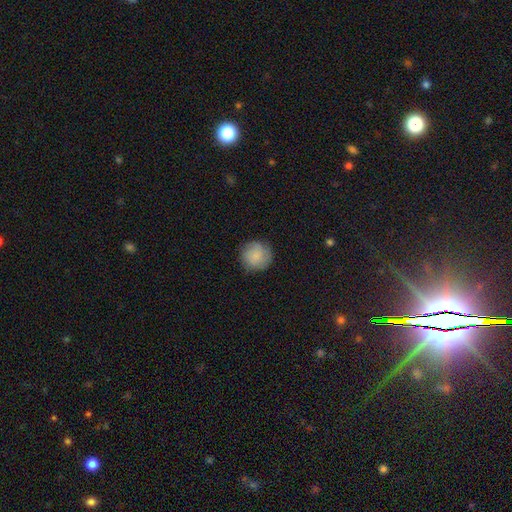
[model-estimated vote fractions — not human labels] Smooth or featured? smooth (78%)
How rounded? round (94%)
Merging? none (84%)